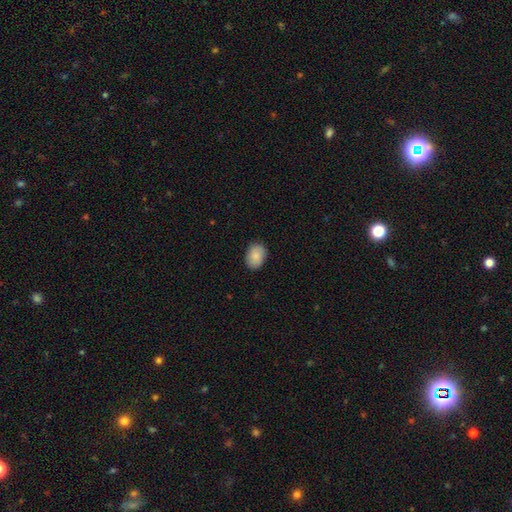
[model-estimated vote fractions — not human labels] This is clearly a smooth galaxy (87%). How rounded: likely in between (74%). Merging: clearly none (88%).